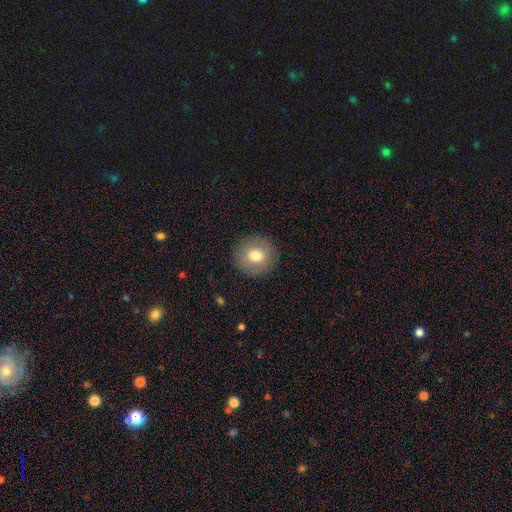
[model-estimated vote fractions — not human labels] smooth 75%, featured or disk 16%, star or artifact 9%. Down the decision tree: how rounded — round (93%); merging — none (90%).